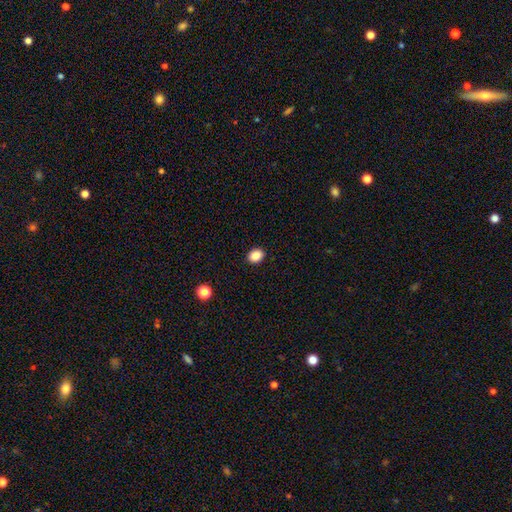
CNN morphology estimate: smooth_or_featured: smooth (p=0.86) [alt: star or artifact p=0.10]
how_rounded: in between (p=0.53) [alt: round p=0.46]
merging: none (p=0.91) [alt: minor disturbance p=0.06]